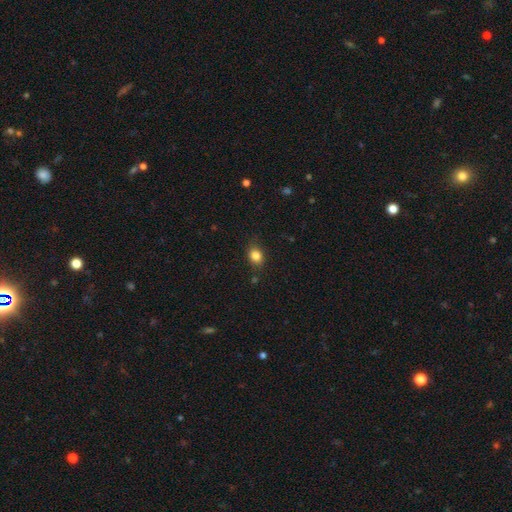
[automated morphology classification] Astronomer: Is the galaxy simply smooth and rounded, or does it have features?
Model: smooth — 84%.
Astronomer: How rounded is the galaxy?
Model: in between — 54% (runner-up: round, 44%).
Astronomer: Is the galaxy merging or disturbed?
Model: none — 80%.